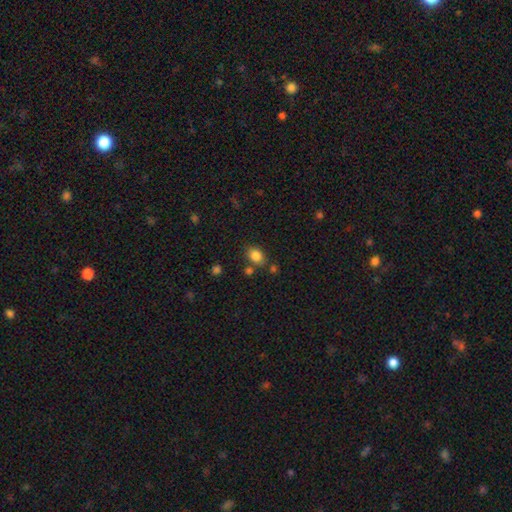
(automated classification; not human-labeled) Smooth or featured?
  - smooth: 84% *
  - star or artifact: 11%
  - featured or disk: 6%
How rounded?
  - in between: 67% *
  - round: 32%
  - cigar-shaped: 1%
Merging?
  - none: 74% *
  - minor disturbance: 12%
  - merger: 9%
  - major disturbance: 4%